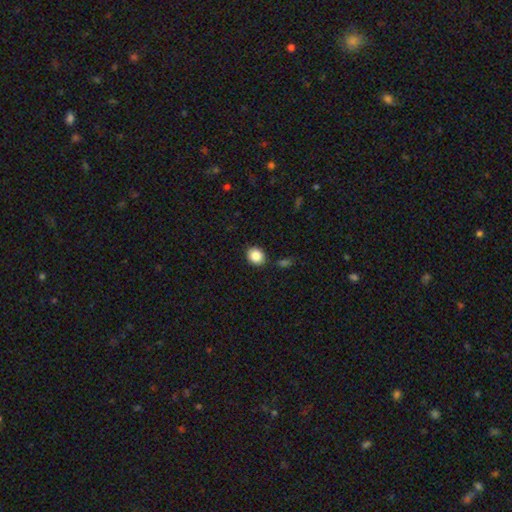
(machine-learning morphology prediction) Smooth or featured?
  - smooth: 86% *
  - star or artifact: 9%
  - featured or disk: 5%
How rounded?
  - round: 65% *
  - in between: 34%
  - cigar-shaped: 1%
Merging?
  - none: 86% *
  - minor disturbance: 9%
  - merger: 3%
  - major disturbance: 2%